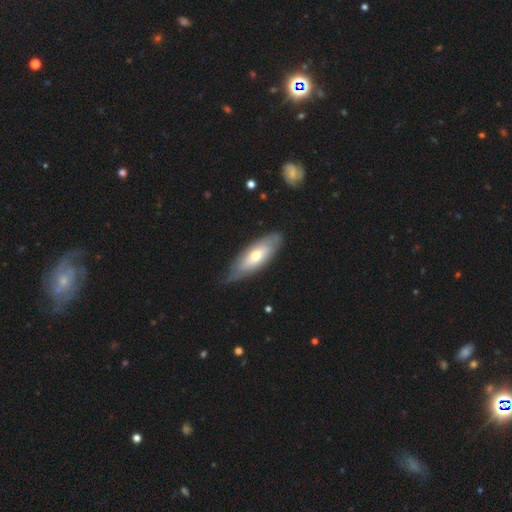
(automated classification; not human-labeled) Smooth or featured?
  - smooth: 50% *
  - featured or disk: 45%
  - star or artifact: 5%
Merging?
  - none: 69% *
  - minor disturbance: 24%
  - major disturbance: 5%
  - merger: 2%